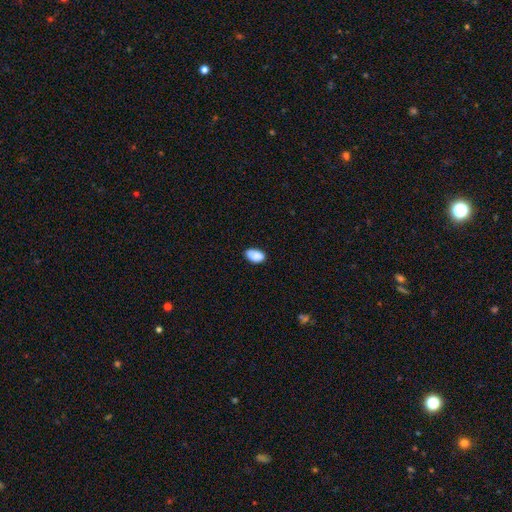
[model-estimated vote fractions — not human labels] Q: Smooth or featured?
A: smooth (85%); runner-up: star or artifact (8%)
Q: How rounded?
A: in between (90%); runner-up: round (8%)
Q: Merging?
A: none (71%); runner-up: minor disturbance (22%)